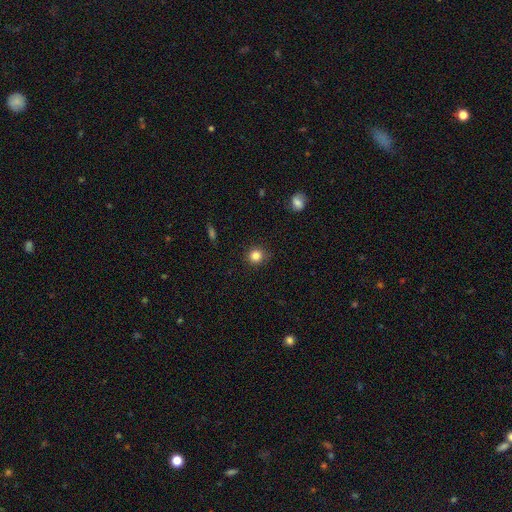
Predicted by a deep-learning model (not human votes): Smooth or featured: smooth — 84% (star or artifact — 11%)
How rounded: round — 91% (in between — 8%)
Merging: none — 87% (minor disturbance — 9%)